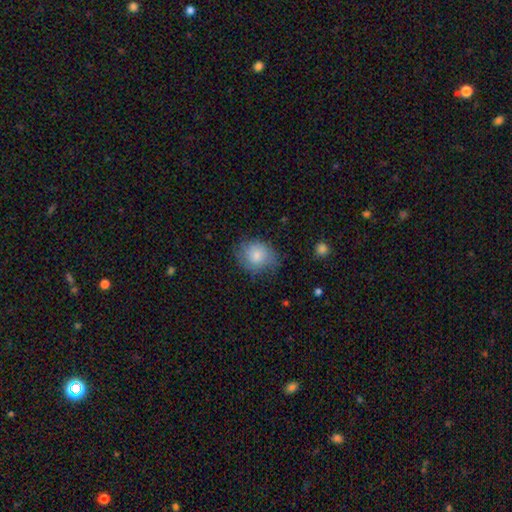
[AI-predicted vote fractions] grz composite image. It shows a smooth galaxy with no disk features (80%) that is round (69%). Merging: none (68%).